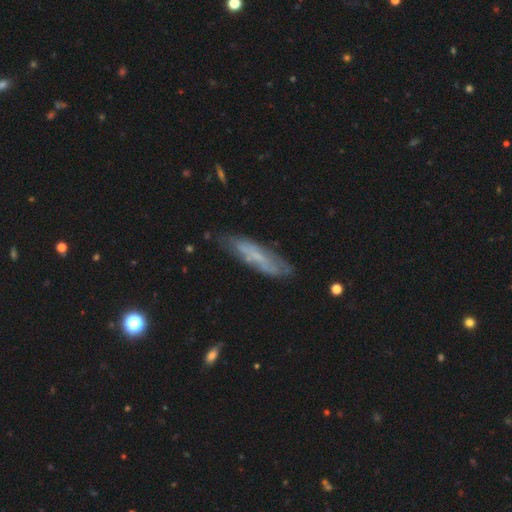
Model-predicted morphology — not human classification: A featured or disk galaxy (50%).

Vote fractions:
- Smooth or featured? featured or disk: 50% / smooth: 42% / star or artifact: 8%
- Merging? none: 68% / minor disturbance: 23% / major disturbance: 7% / merger: 3%